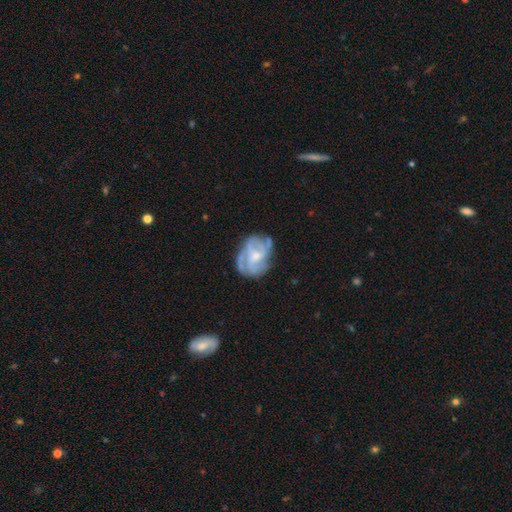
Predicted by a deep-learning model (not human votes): Overall: featured or disk (81%). Edge-on disk: no (98%). Bar: no (55%; weak 37%). Spiral arms: yes (89%). Spiral arm count: can't tell (29%; 3 27%). Spiral winding: tight (42%, tied with medium). Bulge size: small (63%; moderate 31%). Merging: none (62%; minor disturbance 23%).